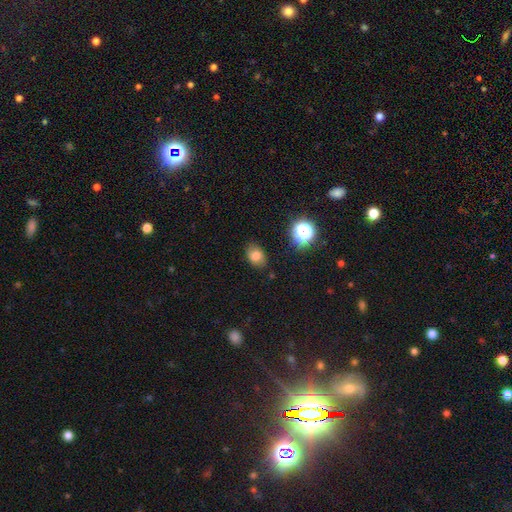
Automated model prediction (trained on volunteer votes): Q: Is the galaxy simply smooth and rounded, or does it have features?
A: smooth — 77%.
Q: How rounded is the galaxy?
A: in between — 67%.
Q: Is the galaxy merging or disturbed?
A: none — 80%.